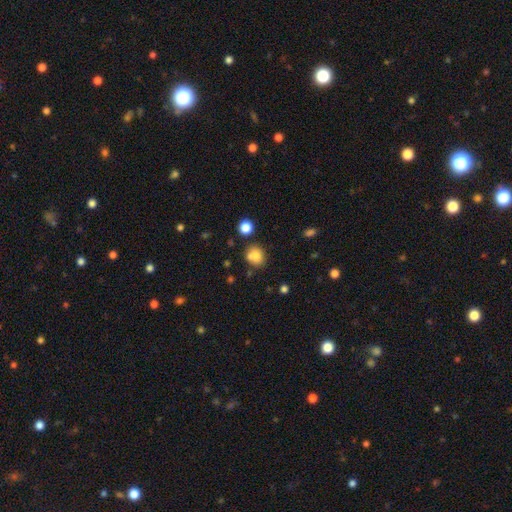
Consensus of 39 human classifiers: This is likely a smooth galaxy (79%). How rounded: possibly in between (52%). Merging: likely none (61%).